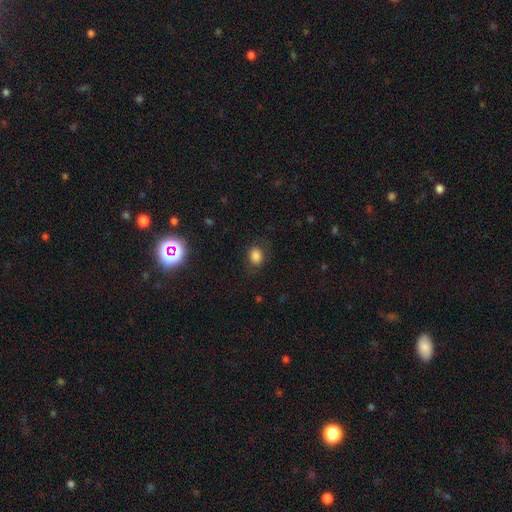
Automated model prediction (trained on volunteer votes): This is clearly a smooth galaxy (81%). How rounded: likely in between (61%). Merging: likely none (75%).